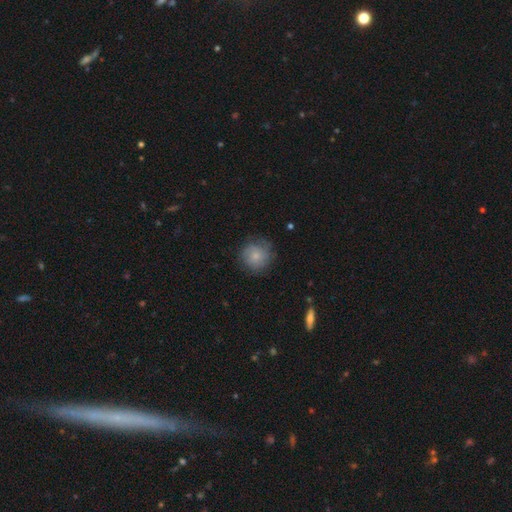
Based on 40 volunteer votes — Morphology: type=smooth (90%); roundness=round (97%); merging=none (69%).